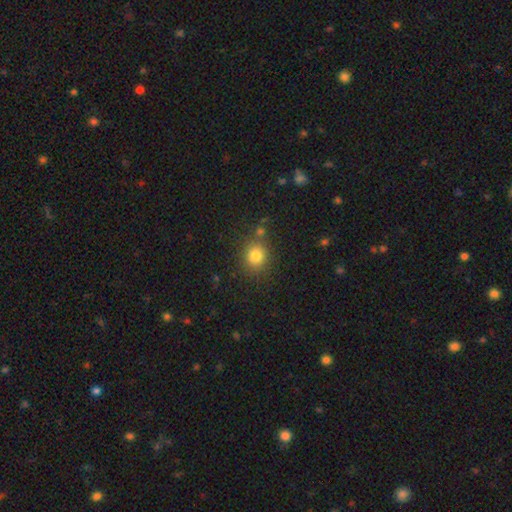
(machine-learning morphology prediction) This is clearly a smooth galaxy (80%). How rounded: likely round (80%). Merging: likely none (80%).